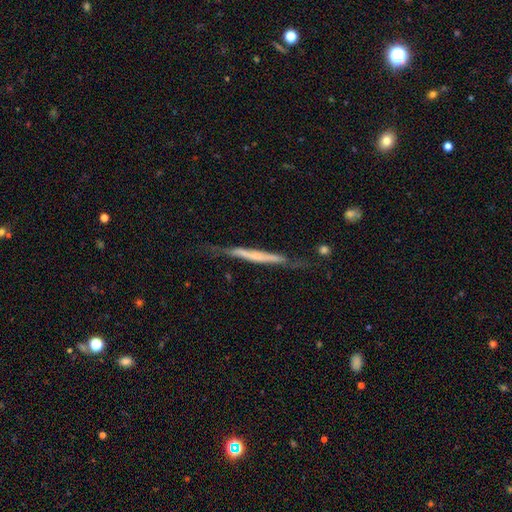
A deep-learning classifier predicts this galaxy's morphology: Smooth or featured? featured or disk (66%)
Edge-on disk? yes (92%)
Edge-on bulge? none (61%)
Merging? none (66%)